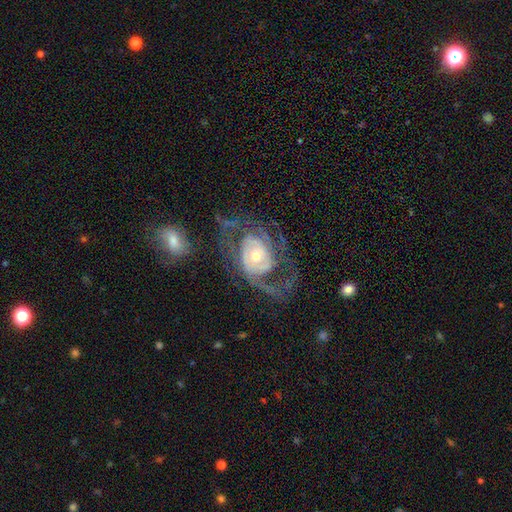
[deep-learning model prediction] Q: Smooth or featured?
A: featured or disk (84%); runner-up: smooth (10%)
Q: Edge-on disk?
A: no (96%); runner-up: yes (4%)
Q: Bar?
A: no (70%); runner-up: weak (22%)
Q: Spiral arms?
A: yes (88%); runner-up: no (12%)
Q: Spiral winding?
A: medium (39%); runner-up: tight (35%)
Q: Spiral arm count?
A: 2 (46%); runner-up: can't tell (23%)
Q: Bulge size?
A: moderate (52%); runner-up: small (40%)
Q: Merging?
A: none (46%); runner-up: major disturbance (34%)